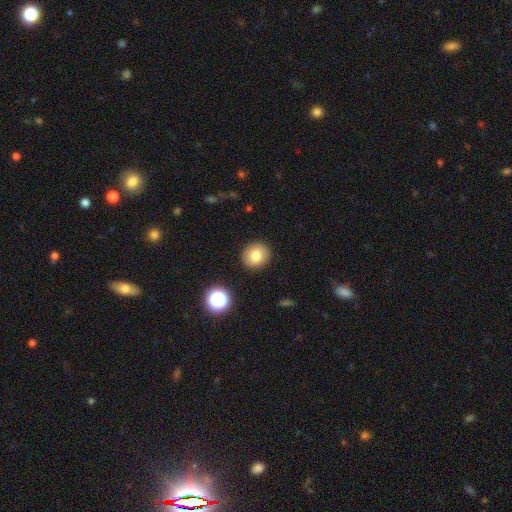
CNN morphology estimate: Smooth or featured: smooth — 80% (star or artifact — 11%)
How rounded: round — 84% (in between — 15%)
Merging: none — 90% (minor disturbance — 7%)